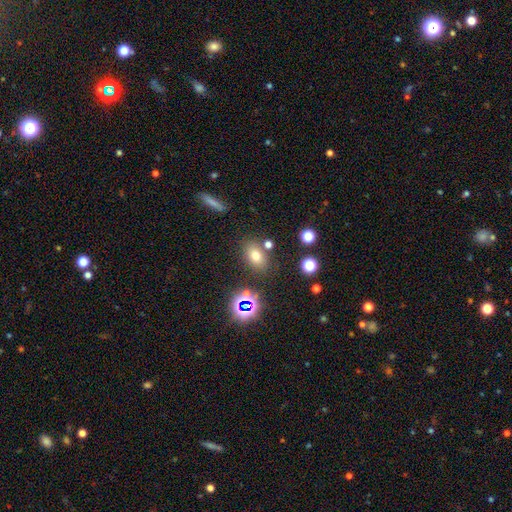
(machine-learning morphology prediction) Q: Smooth or featured?
A: smooth (68%); runner-up: star or artifact (20%)
Q: How rounded?
A: in between (74%); runner-up: round (24%)
Q: Merging?
A: none (77%); runner-up: minor disturbance (11%)